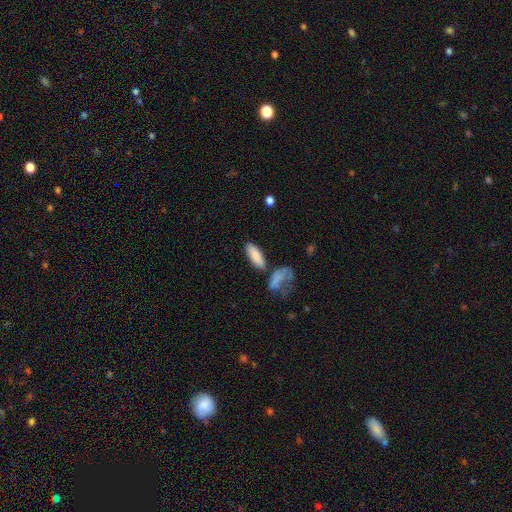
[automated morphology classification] Smooth or featured? Predicted: smooth (p=0.83). How rounded? Predicted: in between (p=0.66). Merging? Predicted: none (p=0.66).